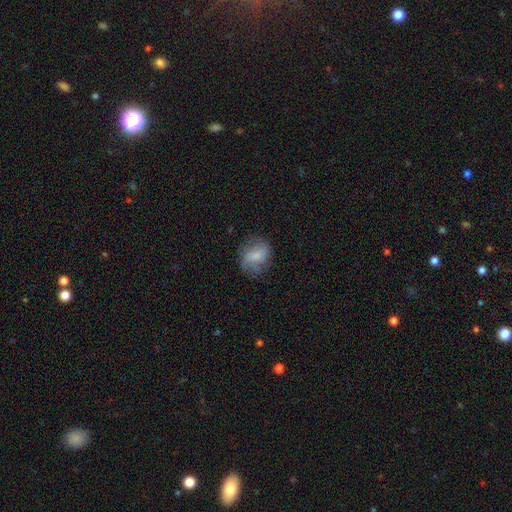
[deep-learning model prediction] Morphology: type=smooth (62%); roundness=in between (53%); merging=none (63%).